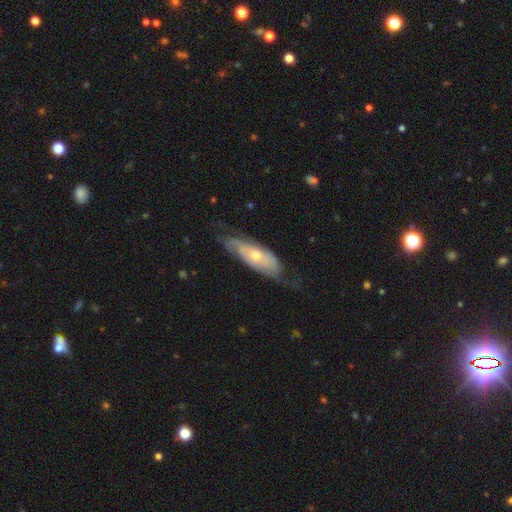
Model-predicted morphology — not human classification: smooth-or-featured: featured or disk: 63% | smooth: 32% | star or artifact: 6%
  disk-edge-on: no: 76% | yes: 24%
  merging: none: 57% | minor disturbance: 28% | major disturbance: 13% | merger: 2%